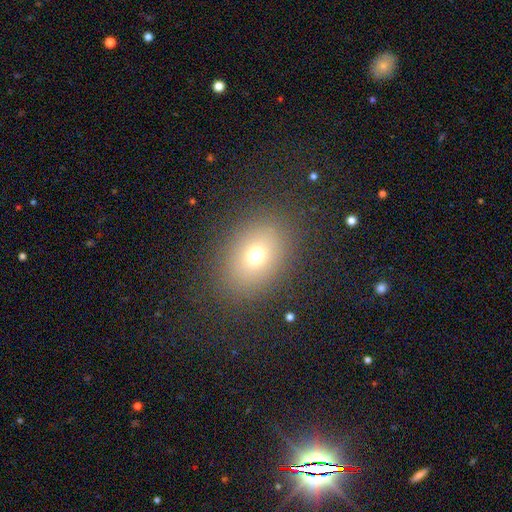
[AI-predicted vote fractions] The model was most divided on "how rounded": in between: 61%, round: 38%, cigar-shaped: 1%. More confident: merging — none (85%); smooth or featured — smooth (69%).